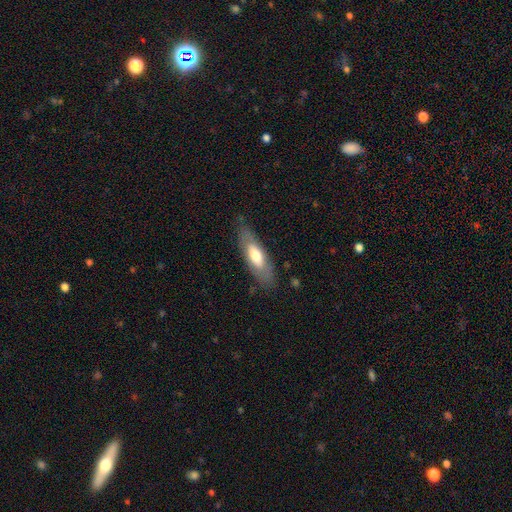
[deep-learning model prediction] The model was most divided on "how rounded": in between: 60%, cigar-shaped: 38%, round: 2%. More confident: merging — none (79%); smooth or featured — smooth (60%).